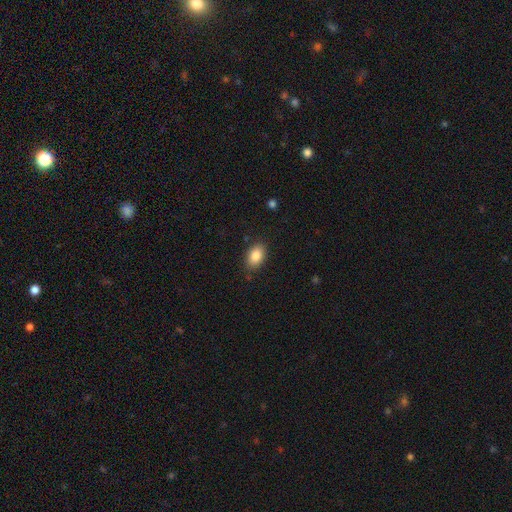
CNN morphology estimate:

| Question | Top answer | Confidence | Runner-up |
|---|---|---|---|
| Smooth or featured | smooth | 85% | star or artifact (8%) |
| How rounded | in between | 87% | round (12%) |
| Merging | none | 85% | minor disturbance (11%) |